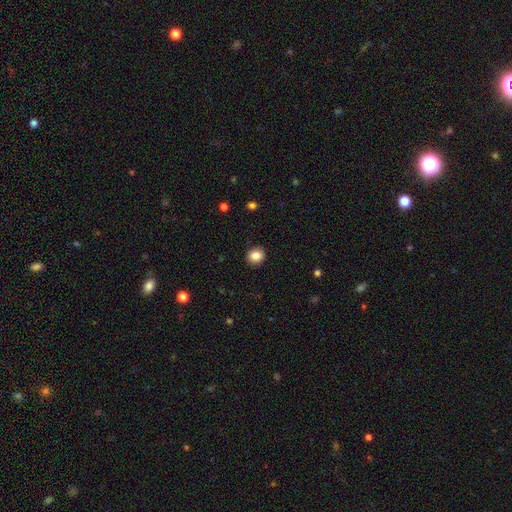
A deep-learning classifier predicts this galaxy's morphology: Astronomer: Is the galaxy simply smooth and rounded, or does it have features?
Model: smooth — 85%.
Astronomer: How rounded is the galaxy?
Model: round — 84%.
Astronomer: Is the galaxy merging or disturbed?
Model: none — 91%.